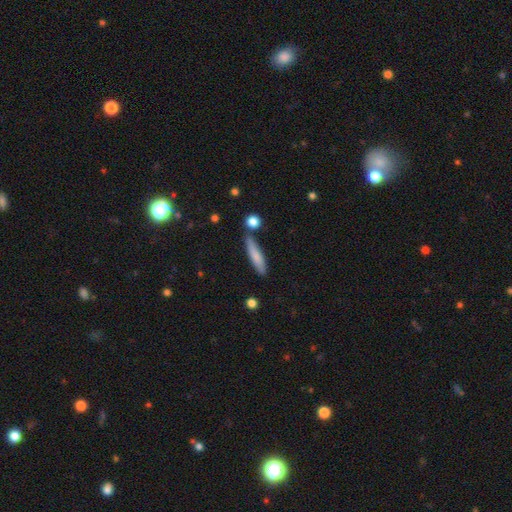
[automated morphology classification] Smooth or featured? Predicted: smooth (p=0.76). How rounded? Predicted: cigar-shaped (p=0.84). Merging? Predicted: none (p=0.79).